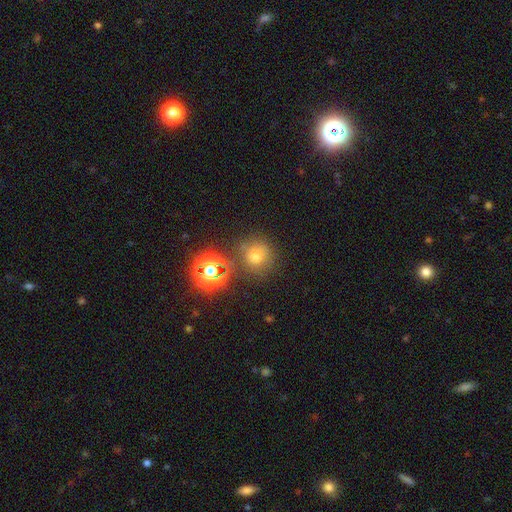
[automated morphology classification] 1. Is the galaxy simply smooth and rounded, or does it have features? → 59% smooth, 31% star or artifact, 9% featured or disk.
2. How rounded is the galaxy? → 90% round, 9% in between, 1% cigar-shaped.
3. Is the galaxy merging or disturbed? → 79% none, 10% minor disturbance, 8% merger, 4% major disturbance.